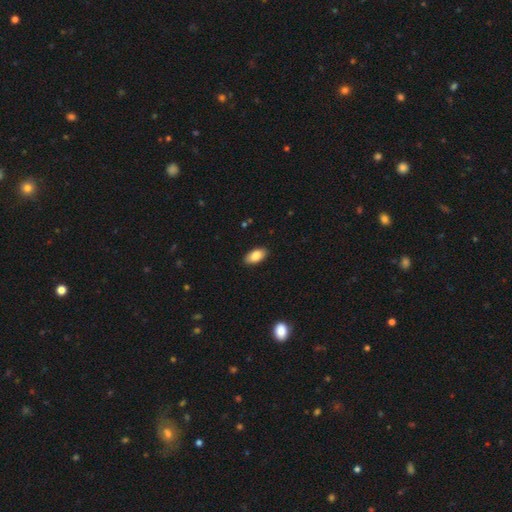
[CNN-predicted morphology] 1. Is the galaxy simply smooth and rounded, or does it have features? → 88% smooth, 7% star or artifact, 6% featured or disk.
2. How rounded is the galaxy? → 94% in between, 3% round, 3% cigar-shaped.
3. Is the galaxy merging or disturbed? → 87% none, 10% minor disturbance, 2% major disturbance, 1% merger.